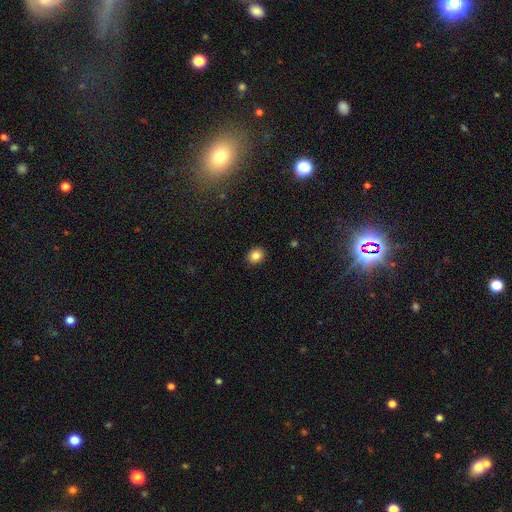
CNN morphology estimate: This is clearly a smooth galaxy (84%). How rounded: likely round (62%). Merging: clearly none (91%).